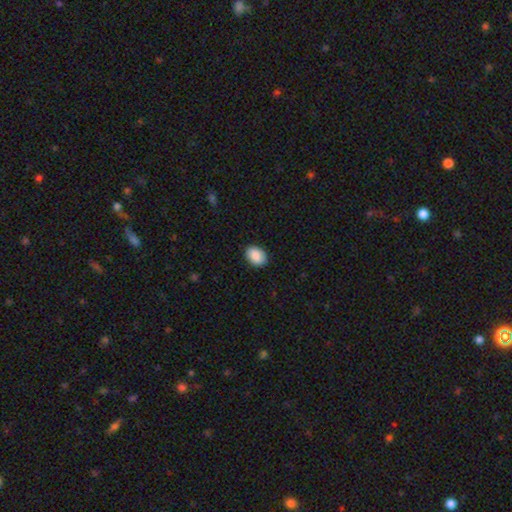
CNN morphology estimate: smooth_or_featured: smooth (p=0.88) [alt: star or artifact p=0.07]
how_rounded: in between (p=0.74) [alt: round p=0.25]
merging: none (p=0.89) [alt: minor disturbance p=0.08]